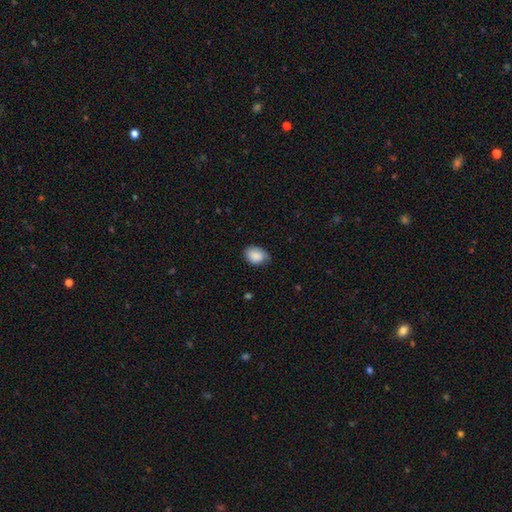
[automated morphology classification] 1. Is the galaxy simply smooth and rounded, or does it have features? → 86% smooth, 7% featured or disk, 7% star or artifact.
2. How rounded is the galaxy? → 74% in between, 25% round, 1% cigar-shaped.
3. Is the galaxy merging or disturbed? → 64% none, 29% minor disturbance, 5% major disturbance, 1% merger.